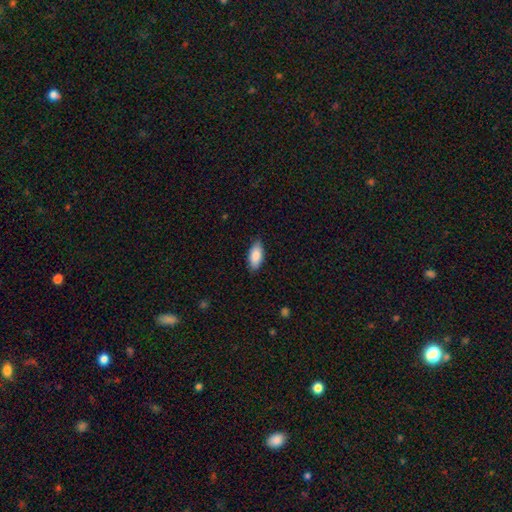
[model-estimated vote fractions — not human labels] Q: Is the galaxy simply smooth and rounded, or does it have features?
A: smooth — 88%.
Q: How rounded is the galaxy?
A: in between — 89%.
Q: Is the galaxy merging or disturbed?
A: none — 85%.